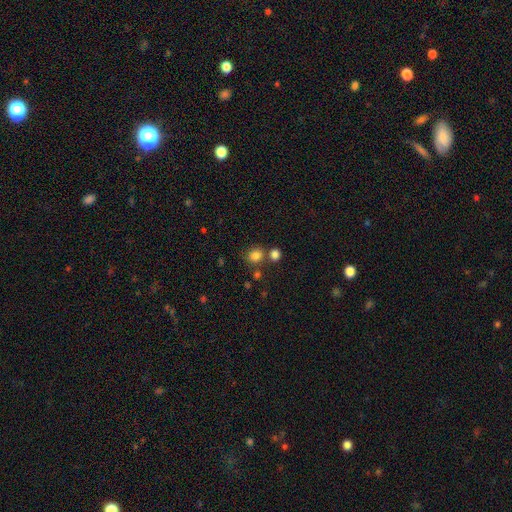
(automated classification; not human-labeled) smooth-or-featured: smooth: 82% | star or artifact: 13% | featured or disk: 6%
  how-rounded: round: 78% | in between: 21% | cigar-shaped: 1%
  merging: none: 64% | merger: 21% | minor disturbance: 11% | major disturbance: 4%